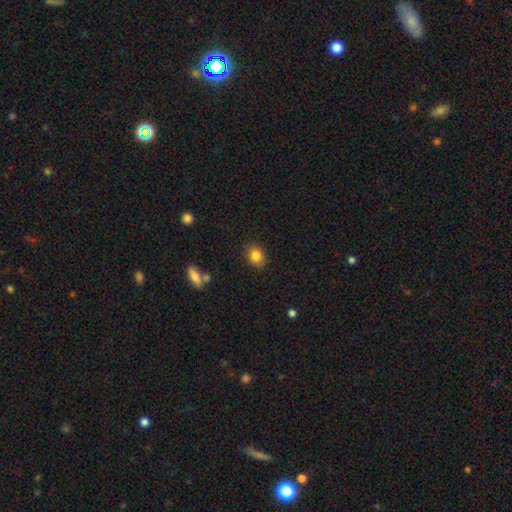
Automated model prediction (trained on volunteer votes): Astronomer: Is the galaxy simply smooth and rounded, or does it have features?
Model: smooth — 84%.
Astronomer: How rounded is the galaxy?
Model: in between — 53% (runner-up: round, 45%).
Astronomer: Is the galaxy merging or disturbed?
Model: none — 85%.